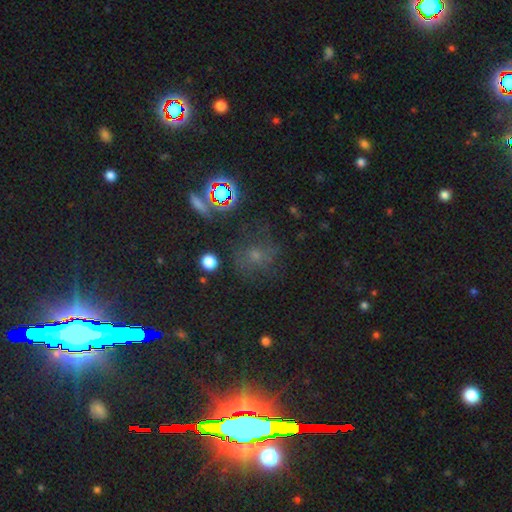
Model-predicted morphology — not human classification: Smooth or featured?
  - star or artifact: 44% *
  - smooth: 37%
  - featured or disk: 18%